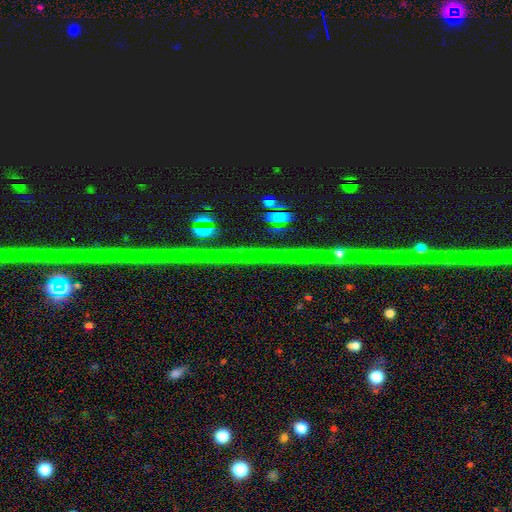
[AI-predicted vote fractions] smooth_or_featured: star or artifact (p=0.82) [alt: featured or disk p=0.11]